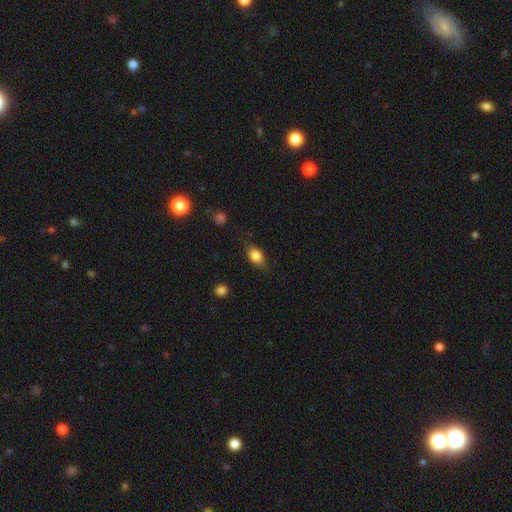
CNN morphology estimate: smooth-or-featured: smooth: 79% | featured or disk: 12% | star or artifact: 8%
  how-rounded: in between: 81% | round: 13% | cigar-shaped: 6%
  merging: none: 75% | minor disturbance: 19% | major disturbance: 5% | merger: 1%